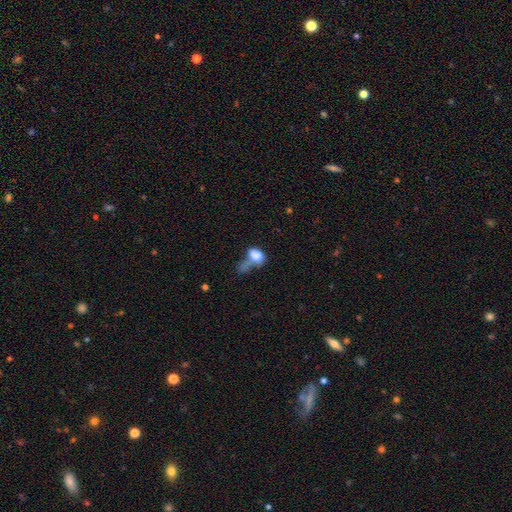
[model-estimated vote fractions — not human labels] smooth-or-featured: smooth: 76% | featured or disk: 14% | star or artifact: 10%
  how-rounded: in between: 81% | round: 17% | cigar-shaped: 2%
  merging: merger: 45% | major disturbance: 23% | none: 19% | minor disturbance: 13%